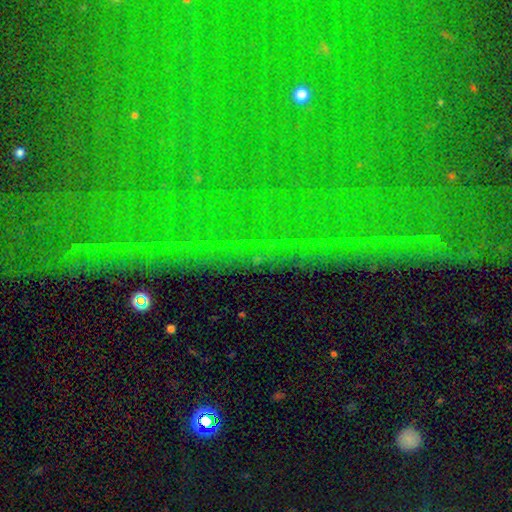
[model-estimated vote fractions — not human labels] This appears to be a star or artifact, not a galaxy (83%).